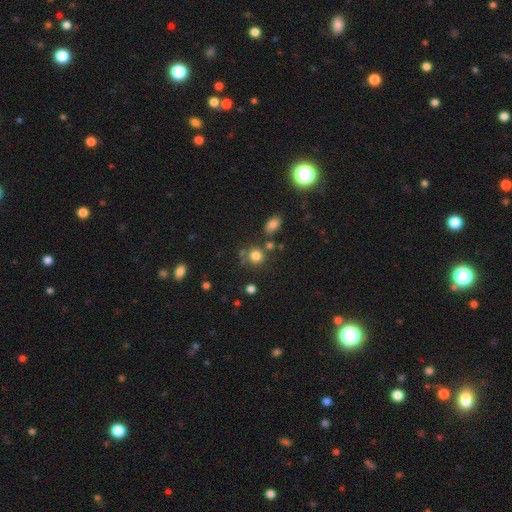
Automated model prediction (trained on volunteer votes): Smooth or featured? smooth (79%)
How rounded? round (86%)
Merging? none (71%)